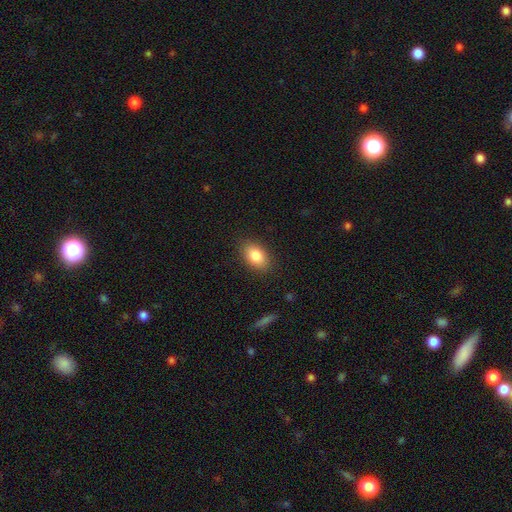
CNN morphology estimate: A smooth galaxy with no disk features (83%) that is in between round and cigar-shaped (87%).

Vote fractions:
- Smooth or featured? smooth: 83% / featured or disk: 9% / star or artifact: 8%
- How rounded? in between: 87% / round: 11% / cigar-shaped: 2%
- Merging? none: 86% / minor disturbance: 10% / major disturbance: 3% / merger: 1%